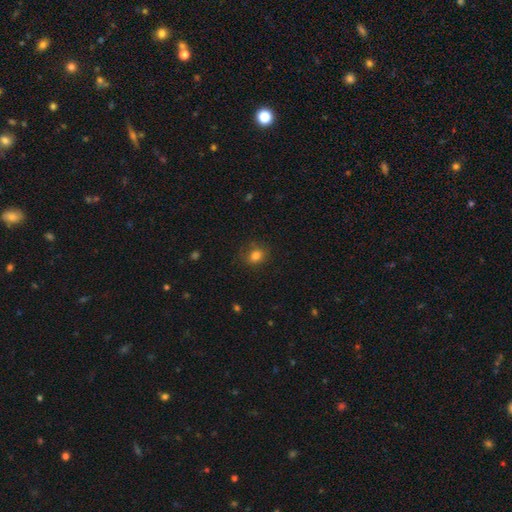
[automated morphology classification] This is clearly a smooth galaxy (81%). How rounded: possibly round (57%). Merging: likely none (76%).